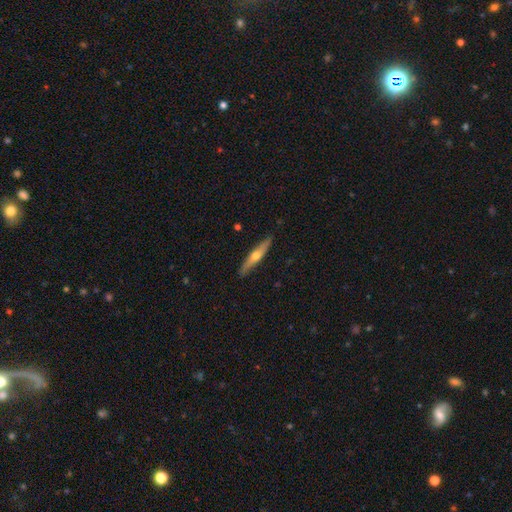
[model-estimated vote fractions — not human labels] A featured or disk galaxy (61%) viewed edge-on (94%) with a rounded central bulge (91%).

Vote fractions:
- Smooth or featured? featured or disk: 61% / smooth: 34% / star or artifact: 5%
- Edge-on disk? yes: 94% / no: 6%
- Edge-on bulge? rounded: 91% / none: 6% / boxy: 3%
- Merging? none: 89% / minor disturbance: 9% / major disturbance: 2% / merger: 1%